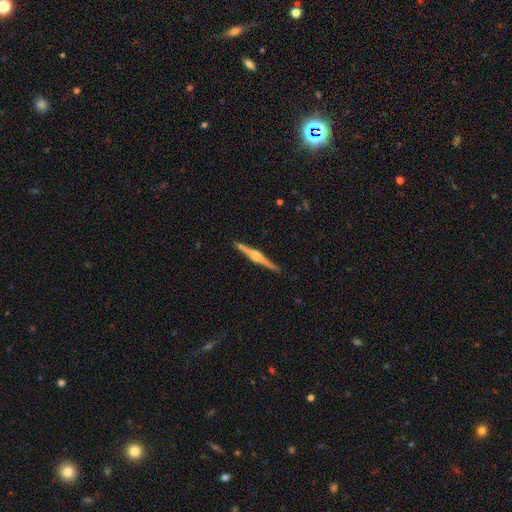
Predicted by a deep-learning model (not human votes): The model was most divided on "smooth or featured": featured or disk: 85%, smooth: 10%, star or artifact: 5%. More confident: edge-on disk — yes (99%); merging — none (92%); edge-on bulge — rounded (91%).